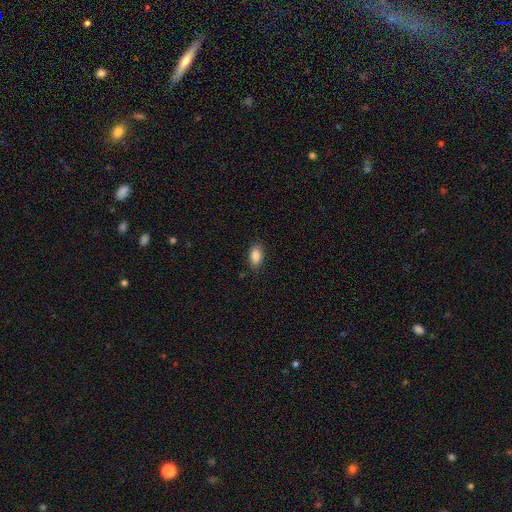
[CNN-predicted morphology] Smooth or featured: smooth — 88% (star or artifact — 8%)
How rounded: in between — 90% (round — 6%)
Merging: none — 85% (minor disturbance — 11%)